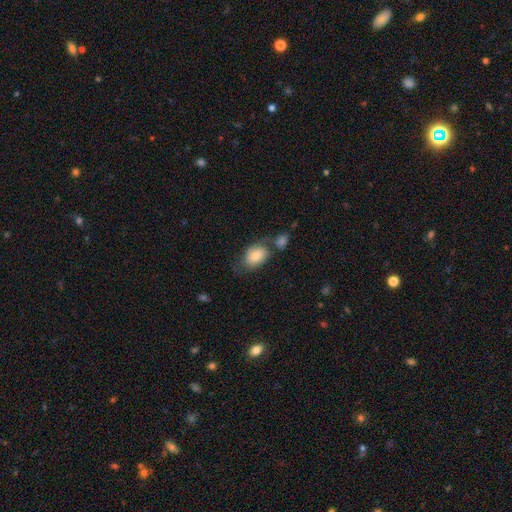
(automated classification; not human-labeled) A smooth galaxy with no disk features (75%) that is in between round and cigar-shaped (84%). Merging: none (37%).